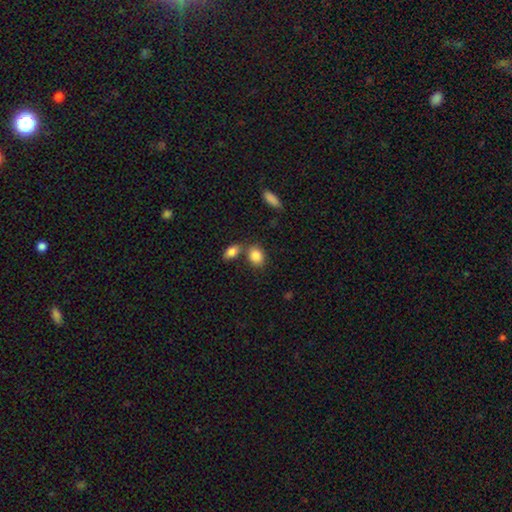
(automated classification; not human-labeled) Q: Smooth or featured?
A: smooth (86%); runner-up: star or artifact (8%)
Q: How rounded?
A: in between (70%); runner-up: round (28%)
Q: Merging?
A: none (56%); runner-up: merger (29%)